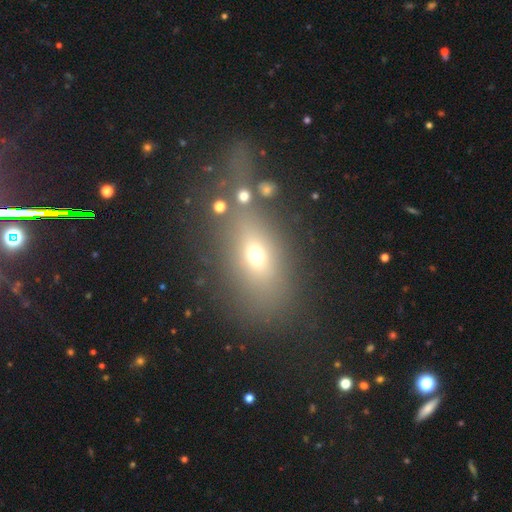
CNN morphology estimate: Q: Smooth or featured?
A: smooth (60%); runner-up: featured or disk (21%)
Q: How rounded?
A: in between (70%); runner-up: round (20%)
Q: Merging?
A: none (66%); runner-up: minor disturbance (14%)